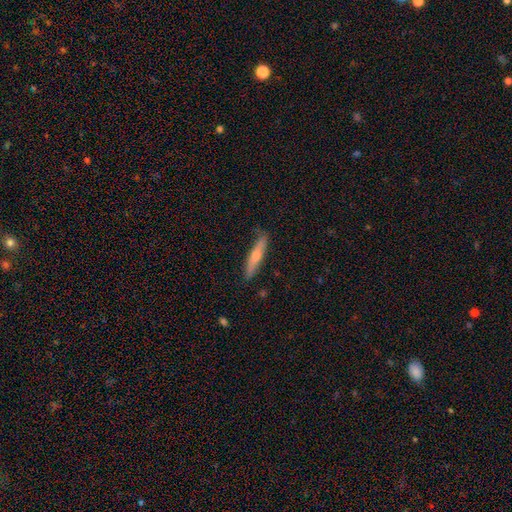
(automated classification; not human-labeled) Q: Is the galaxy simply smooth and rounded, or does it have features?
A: smooth — 48%.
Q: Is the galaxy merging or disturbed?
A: none — 84%.